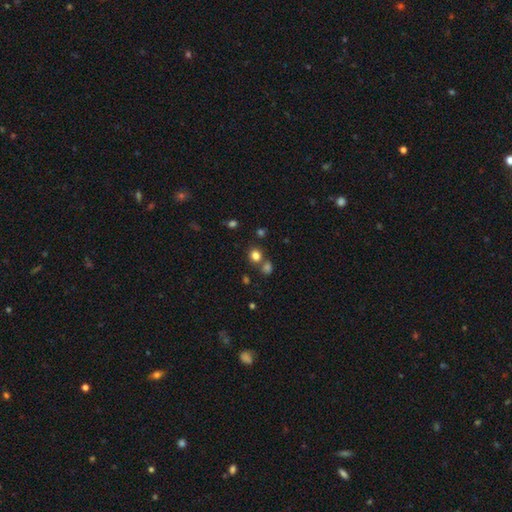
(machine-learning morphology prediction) Overall: smooth (78%). How rounded: round (81%). Merging: none (68%).